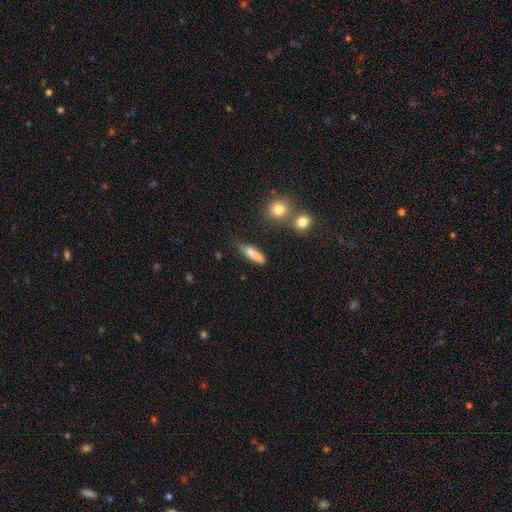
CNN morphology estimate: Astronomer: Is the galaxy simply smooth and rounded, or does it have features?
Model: smooth — 80%.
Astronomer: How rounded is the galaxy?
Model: cigar-shaped — 75%.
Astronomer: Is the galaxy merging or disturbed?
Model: none — 73%.